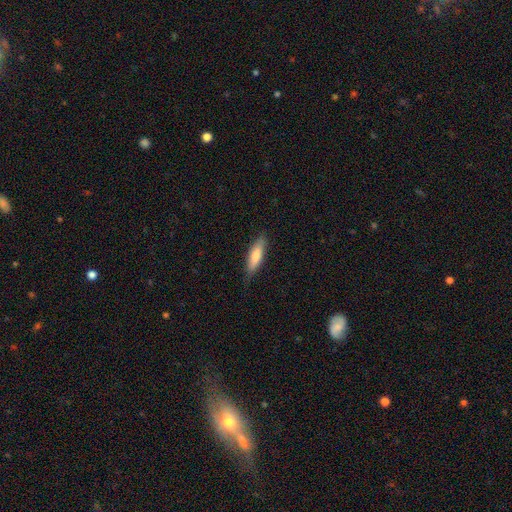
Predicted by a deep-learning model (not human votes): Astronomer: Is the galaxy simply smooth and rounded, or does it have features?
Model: smooth — 72%.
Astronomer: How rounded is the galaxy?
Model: cigar-shaped — 57% (runner-up: in between, 41%).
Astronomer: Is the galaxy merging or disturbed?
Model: none — 81%.